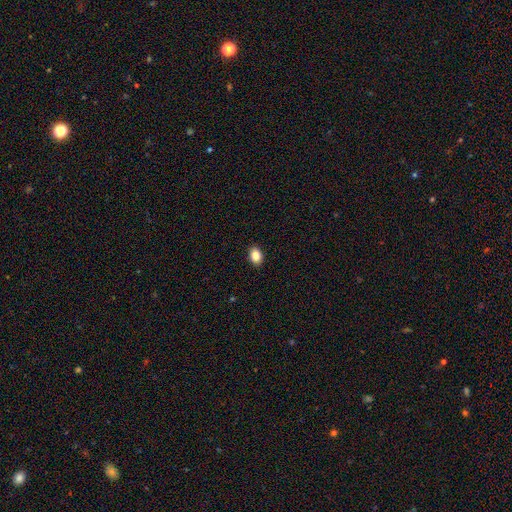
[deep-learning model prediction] Morphology: type=smooth (86%); roundness=in between (80%); merging=none (90%).